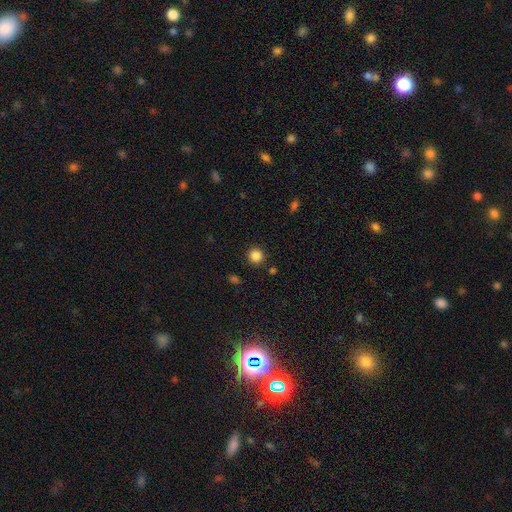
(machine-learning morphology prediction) This is clearly a smooth galaxy (86%). How rounded: clearly round (92%). Merging: clearly none (89%).